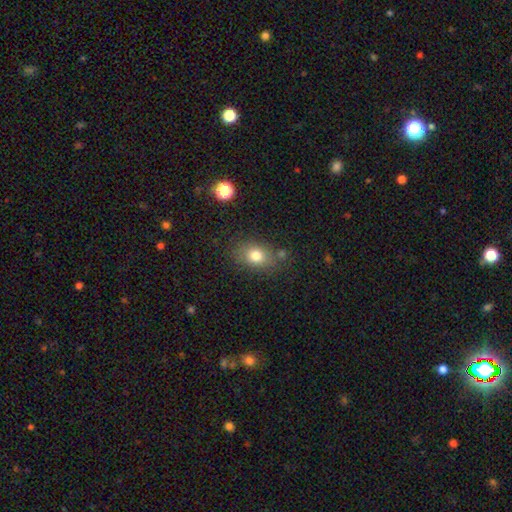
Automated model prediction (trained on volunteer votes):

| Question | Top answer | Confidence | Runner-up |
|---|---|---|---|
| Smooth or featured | smooth | 78% | star or artifact (12%) |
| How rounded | in between | 63% | round (36%) |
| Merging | none | 75% | minor disturbance (15%) |